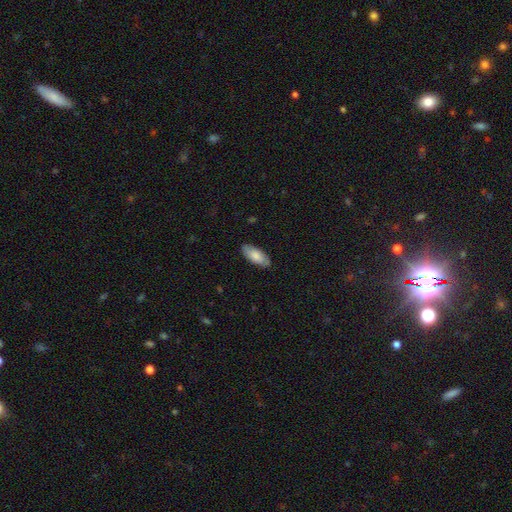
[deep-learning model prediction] Morphology: type=smooth (80%); roundness=in between (85%); merging=none (87%).